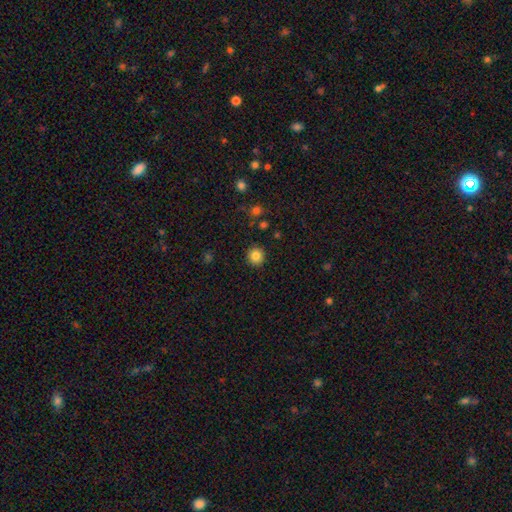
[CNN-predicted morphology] A smooth galaxy with no disk features (83%) that is round (91%).

Vote fractions:
- Smooth or featured? smooth: 83% / star or artifact: 11% / featured or disk: 6%
- How rounded? round: 91% / in between: 8% / cigar-shaped: 1%
- Merging? none: 91% / minor disturbance: 6% / major disturbance: 2% / merger: 1%